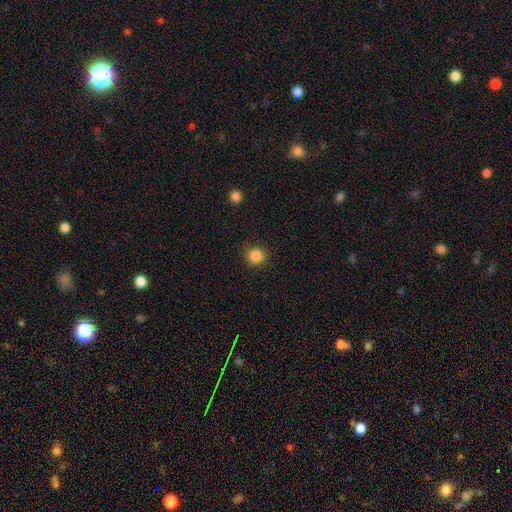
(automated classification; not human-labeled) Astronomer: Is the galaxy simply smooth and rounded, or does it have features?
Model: smooth — 86%.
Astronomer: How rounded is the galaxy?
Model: round — 92%.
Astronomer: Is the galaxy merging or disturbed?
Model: none — 88%.